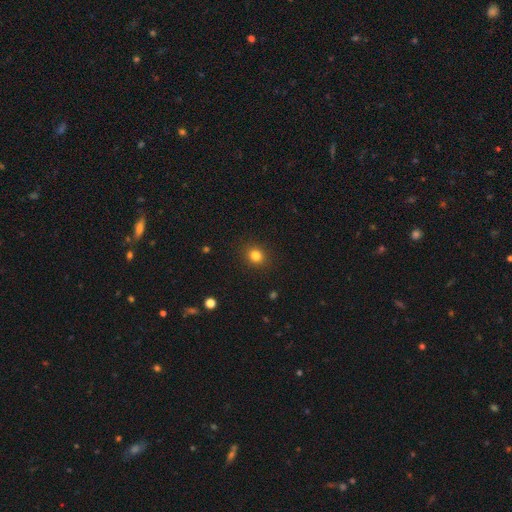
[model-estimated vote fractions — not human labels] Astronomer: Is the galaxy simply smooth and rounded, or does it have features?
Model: smooth — 82%.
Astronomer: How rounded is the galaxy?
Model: round — 78%.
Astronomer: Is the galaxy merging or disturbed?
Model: none — 90%.